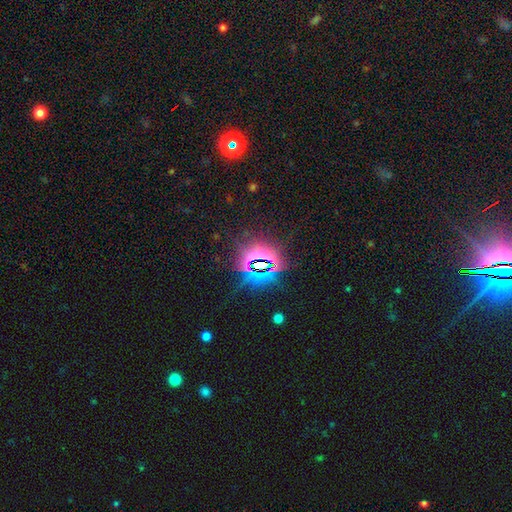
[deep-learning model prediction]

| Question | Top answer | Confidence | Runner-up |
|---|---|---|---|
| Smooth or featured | star or artifact | 83% | smooth (10%) |